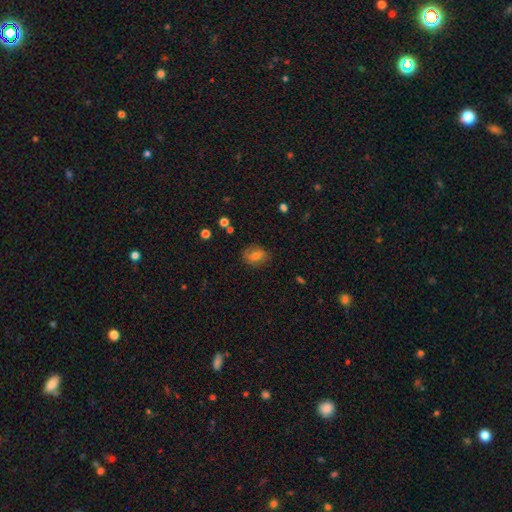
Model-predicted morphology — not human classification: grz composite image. It shows a smooth galaxy with no disk features (69%) that is in between round and cigar-shaped (59%). Merging: none (81%).